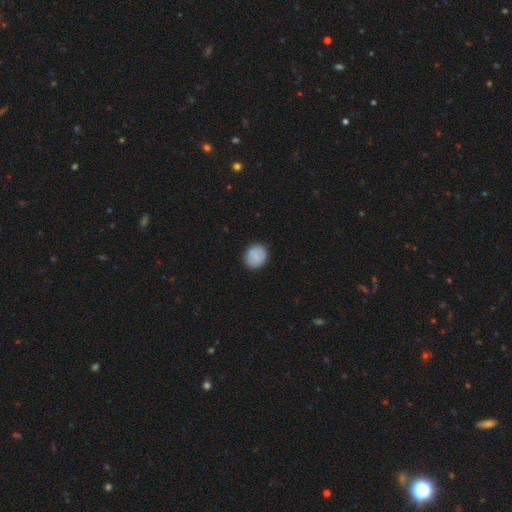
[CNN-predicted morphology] smooth-or-featured: smooth: 78% | featured or disk: 14% | star or artifact: 7%
  how-rounded: round: 75% | in between: 24% | cigar-shaped: 1%
  merging: none: 88% | minor disturbance: 9% | major disturbance: 2% | merger: 1%